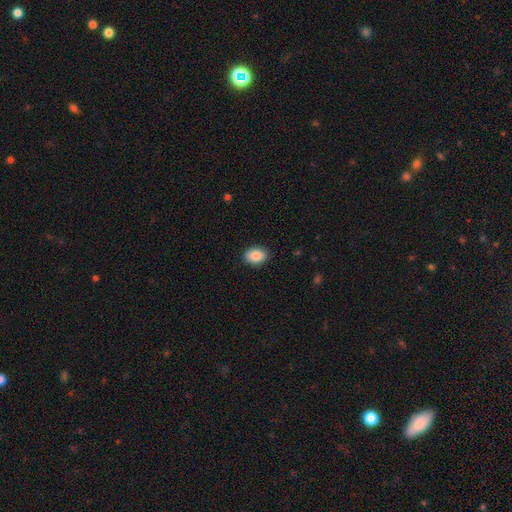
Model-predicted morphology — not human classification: A smooth galaxy with no disk features (88%) that is in between round and cigar-shaped (79%).

Vote fractions:
- Smooth or featured? smooth: 88% / star or artifact: 7% / featured or disk: 5%
- How rounded? in between: 79% / round: 20% / cigar-shaped: 1%
- Merging? none: 89% / minor disturbance: 8% / major disturbance: 2% / merger: 1%